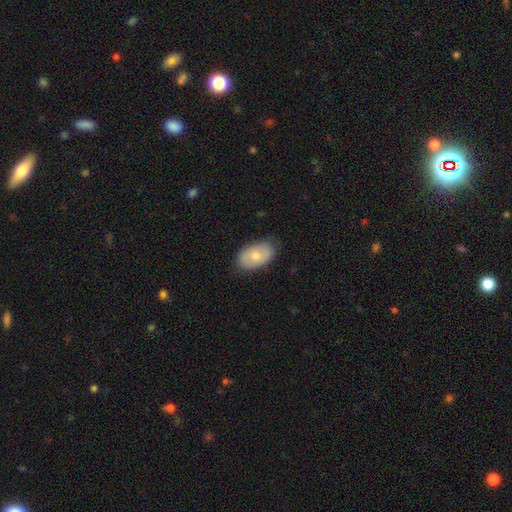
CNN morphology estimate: smooth_or_featured: smooth (p=0.71) [alt: featured or disk p=0.22]
how_rounded: in between (p=0.92) [alt: round p=0.07]
merging: none (p=0.82) [alt: minor disturbance p=0.14]